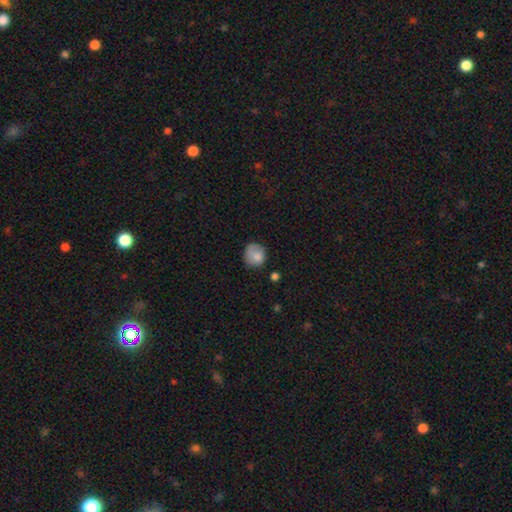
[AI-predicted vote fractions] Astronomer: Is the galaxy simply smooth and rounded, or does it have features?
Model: smooth — 81%.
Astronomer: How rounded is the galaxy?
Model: round — 79%.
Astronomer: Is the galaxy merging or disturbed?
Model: none — 60%.